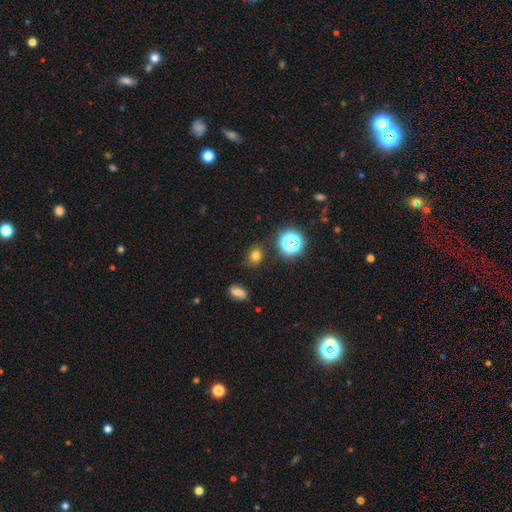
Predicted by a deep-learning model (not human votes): This appears to be a smooth galaxy with no disk features (72%) that is round (57%). Merging: none (84%).